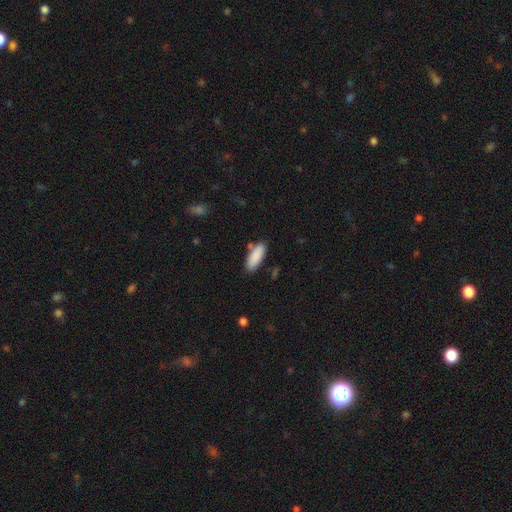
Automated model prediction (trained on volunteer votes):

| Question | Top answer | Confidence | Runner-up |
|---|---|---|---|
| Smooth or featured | smooth | 89% | star or artifact (6%) |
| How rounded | in between | 69% | cigar-shaped (29%) |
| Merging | none | 82% | minor disturbance (11%) |